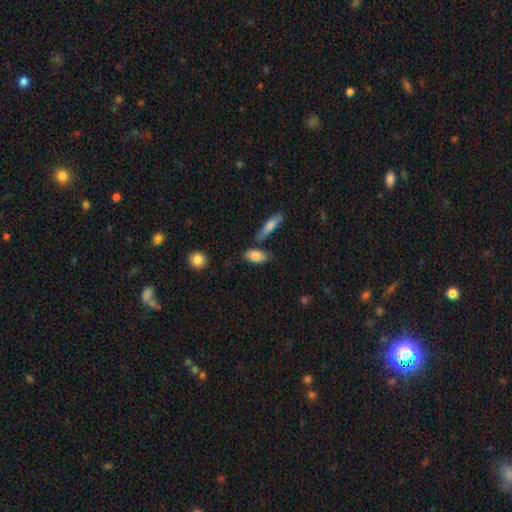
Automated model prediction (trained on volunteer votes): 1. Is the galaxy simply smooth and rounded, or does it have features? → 83% smooth, 11% featured or disk, 7% star or artifact.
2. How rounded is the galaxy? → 86% in between, 10% cigar-shaped, 4% round.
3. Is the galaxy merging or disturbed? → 66% none, 19% minor disturbance, 10% merger, 5% major disturbance.